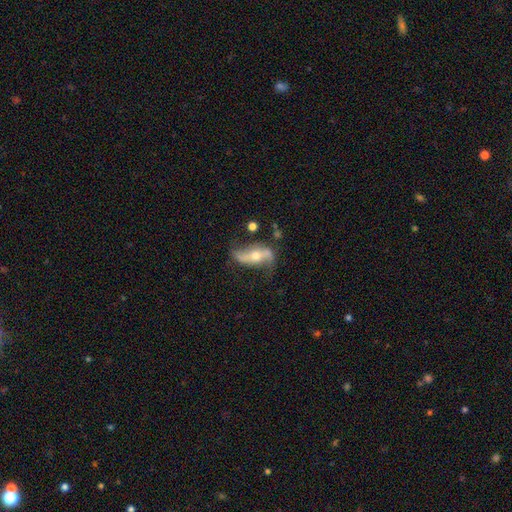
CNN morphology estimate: featured or disk 82%, smooth 10%, star or artifact 7%. Down the decision tree: edge-on disk — no (90%); bar — no (47%); spiral arms — yes (91%); spiral arm count — 2 (91%); spiral winding — loose (78%); bulge size — moderate (59%); merging — none (65%).